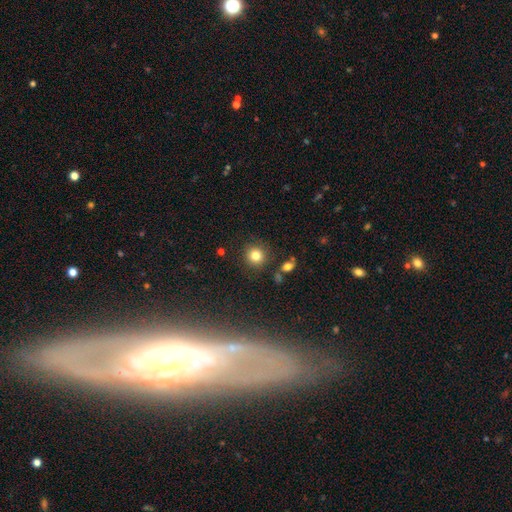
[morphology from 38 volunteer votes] Smooth or featured?
  - smooth: 87% *
  - featured or disk: 11%
  - star or artifact: 3%
How rounded?
  - round: 97% *
  - in between: 3%
  - cigar-shaped: 0%
Merging?
  - none: 78% *
  - minor disturbance: 8%
  - major disturbance: 8%
  - merger: 5%